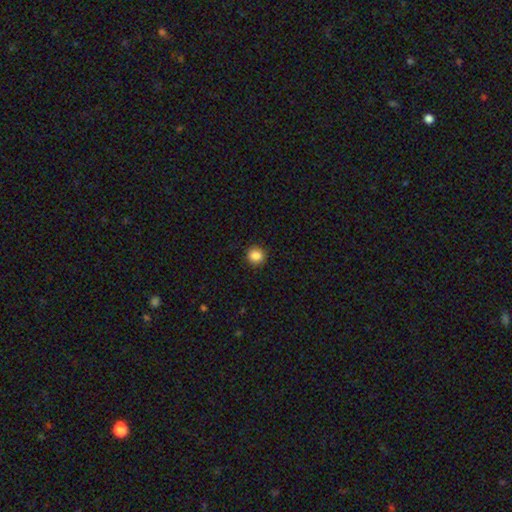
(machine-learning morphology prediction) smooth 87%, star or artifact 10%, featured or disk 3%. Down the decision tree: how rounded — round (92%); merging — none (92%).